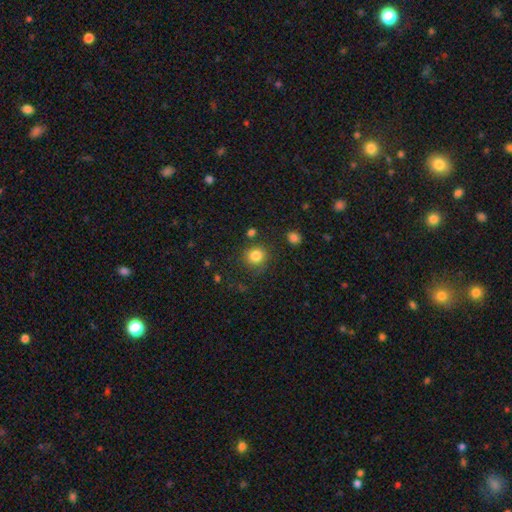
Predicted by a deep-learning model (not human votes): Smooth or featured?
  - smooth: 83% *
  - star or artifact: 11%
  - featured or disk: 6%
How rounded?
  - round: 88% *
  - in between: 11%
  - cigar-shaped: 1%
Merging?
  - none: 78% *
  - minor disturbance: 13%
  - major disturbance: 5%
  - merger: 4%